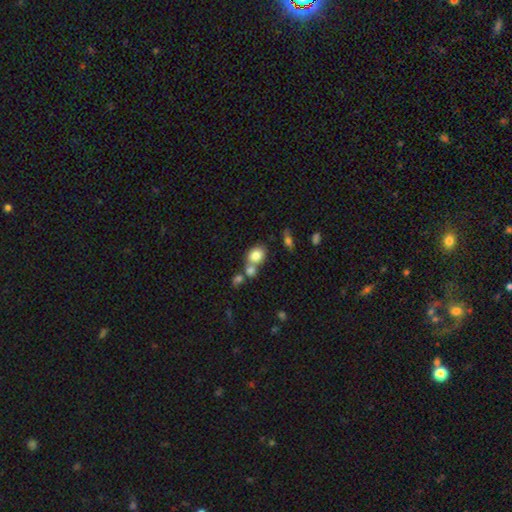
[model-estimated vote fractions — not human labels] This appears to be a smooth galaxy with no disk features (80%) that is round (51%). Merging: none (44%).